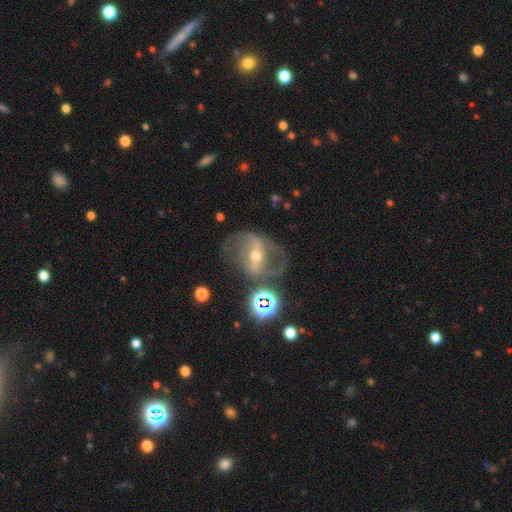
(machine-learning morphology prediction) smooth_or_featured: featured or disk (p=0.81) [alt: star or artifact p=0.10]
disk_edge_on: no (p=0.95) [alt: yes p=0.05]
bar: strong (p=0.56) [alt: weak p=0.31]
has_spiral_arms: yes (p=0.90) [alt: no p=0.10]
spiral_winding: medium (p=0.50) [alt: loose p=0.35]
spiral_arm_count: 2 (p=0.87) [alt: can't tell p=0.06]
bulge_size: moderate (p=0.62) [alt: small p=0.33]
merging: none (p=0.64) [alt: minor disturbance p=0.17]